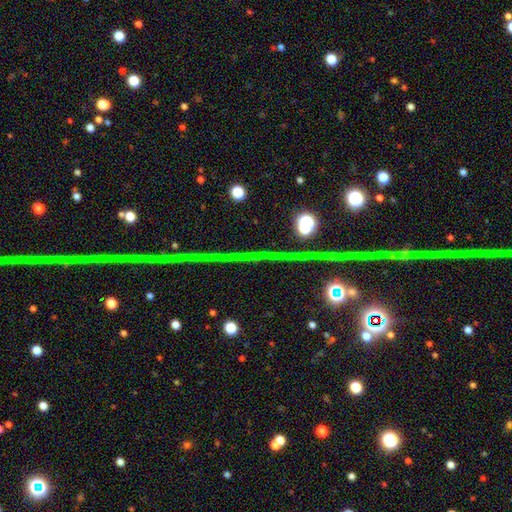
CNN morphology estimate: Q: Smooth or featured?
A: star or artifact (79%); runner-up: featured or disk (13%)